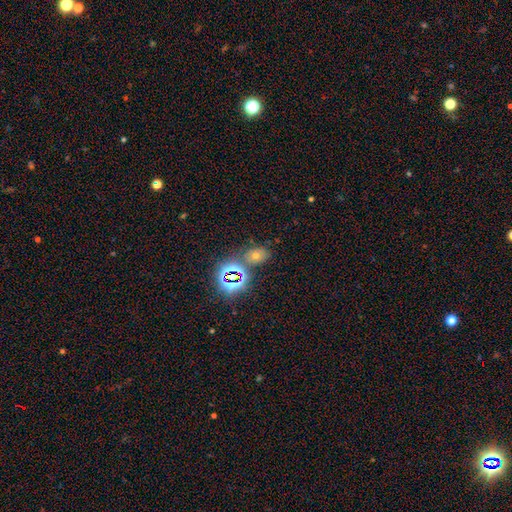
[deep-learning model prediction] Smooth or featured: star or artifact — 49% (smooth — 36%)